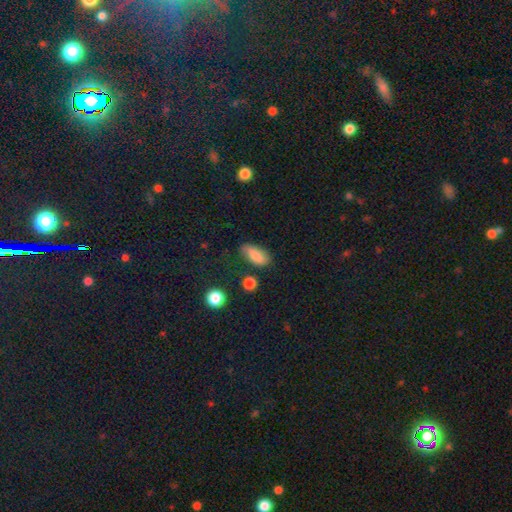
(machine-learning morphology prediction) Smooth or featured: smooth — 81% (featured or disk — 11%)
How rounded: in between — 84% (cigar-shaped — 12%)
Merging: none — 70% (minor disturbance — 22%)